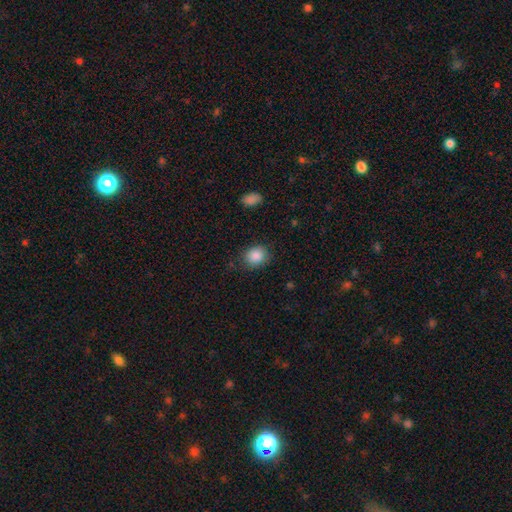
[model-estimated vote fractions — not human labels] Overall: smooth (87%). How rounded: round (62%; in between 37%). Merging: none (81%).